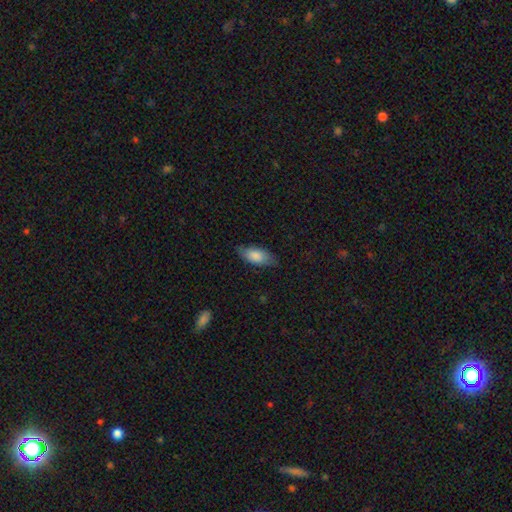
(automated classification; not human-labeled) smooth 79%, featured or disk 15%, star or artifact 6%. Down the decision tree: how rounded — in between (86%); merging — none (74%).